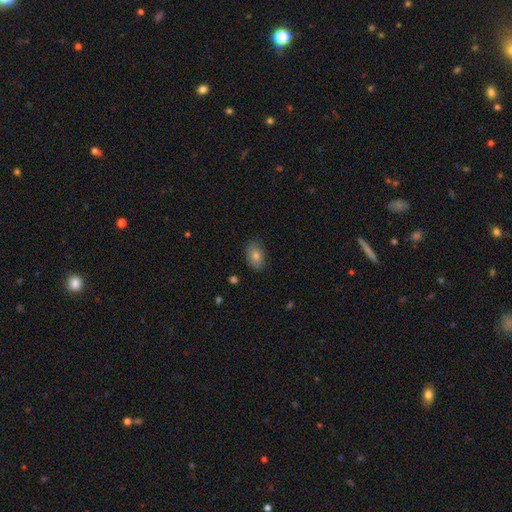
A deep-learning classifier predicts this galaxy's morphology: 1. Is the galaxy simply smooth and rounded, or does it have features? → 76% smooth, 13% featured or disk, 11% star or artifact.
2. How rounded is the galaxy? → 86% in between, 12% round, 2% cigar-shaped.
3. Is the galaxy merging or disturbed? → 83% none, 13% minor disturbance, 2% major disturbance, 1% merger.